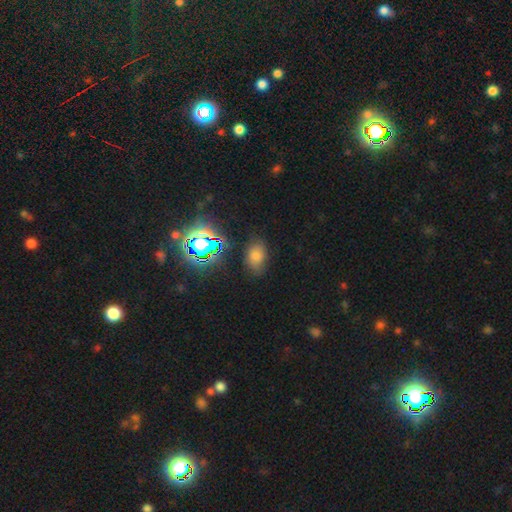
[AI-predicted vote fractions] Smooth or featured? smooth (62%)
How rounded? in between (83%)
Merging? none (78%)